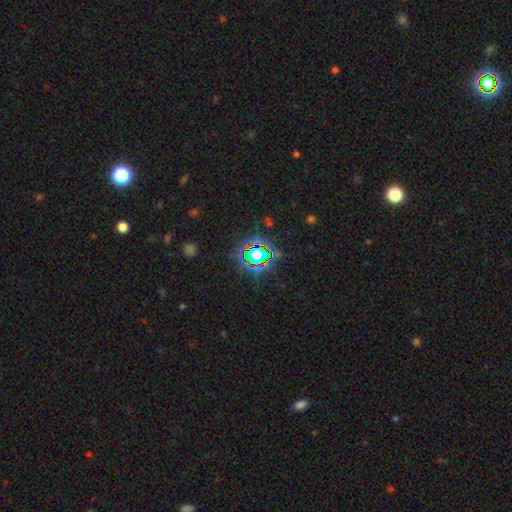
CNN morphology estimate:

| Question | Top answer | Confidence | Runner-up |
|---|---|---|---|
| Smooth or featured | star or artifact | 76% | smooth (14%) |